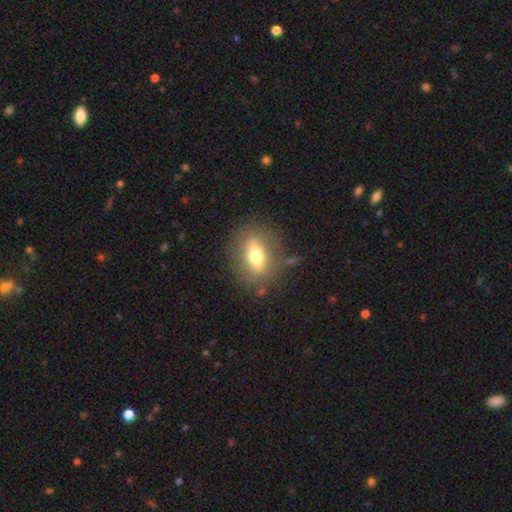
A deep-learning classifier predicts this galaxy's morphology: smooth_or_featured: smooth (p=0.54) [alt: featured or disk p=0.37]
how_rounded: in between (p=0.64) [alt: round p=0.30]
merging: none (p=0.78) [alt: minor disturbance p=0.13]